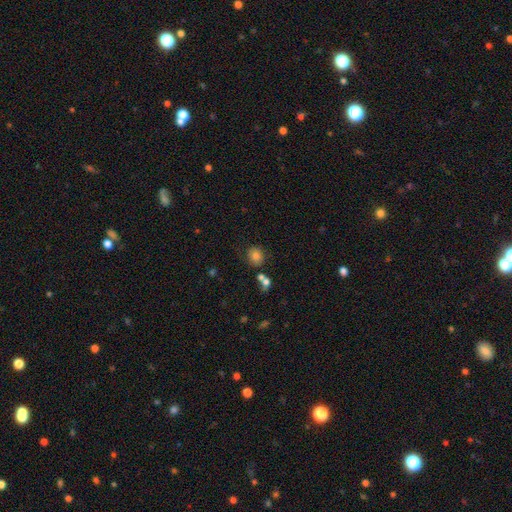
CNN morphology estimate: A smooth galaxy with no disk features (76%) that is round (77%). Merging: none (66%).